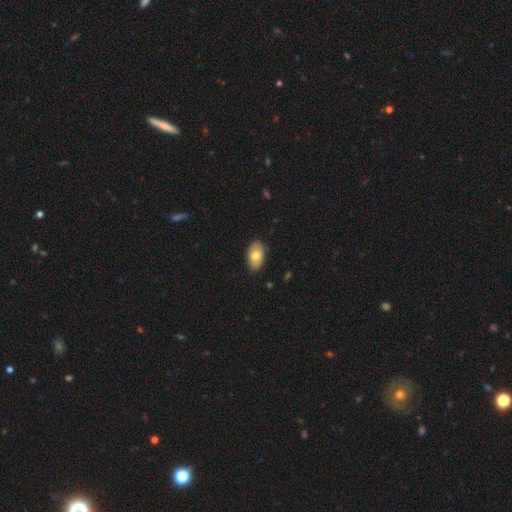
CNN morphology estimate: This appears to be a smooth galaxy with no disk features (71%) that is in between round and cigar-shaped (93%). Merging: none (85%).